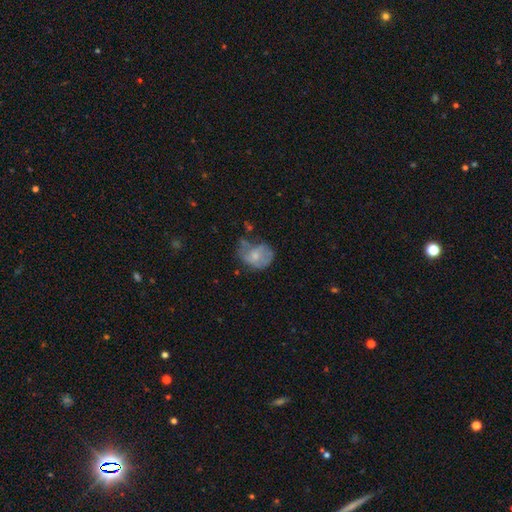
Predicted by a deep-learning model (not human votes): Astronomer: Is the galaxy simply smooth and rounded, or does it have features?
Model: smooth — 51% (runner-up: featured or disk, 41%).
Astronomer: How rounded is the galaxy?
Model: in between — 53% (runner-up: round, 46%).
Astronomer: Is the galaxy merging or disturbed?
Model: none — 33%, tied with minor disturbance at 33%.